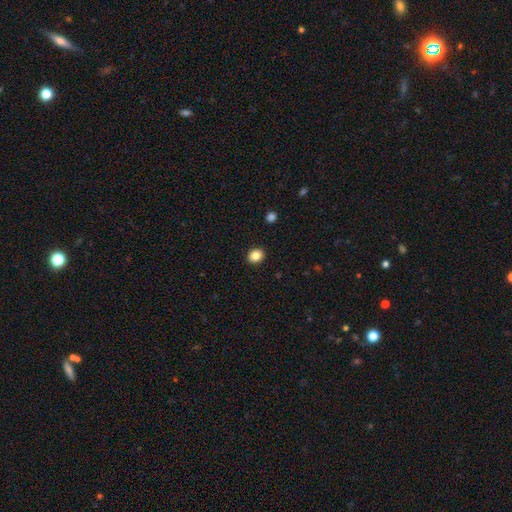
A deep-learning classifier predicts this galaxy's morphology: Smooth or featured? Predicted: smooth (p=0.85). How rounded? Predicted: round (p=0.64). Merging? Predicted: none (p=0.92).